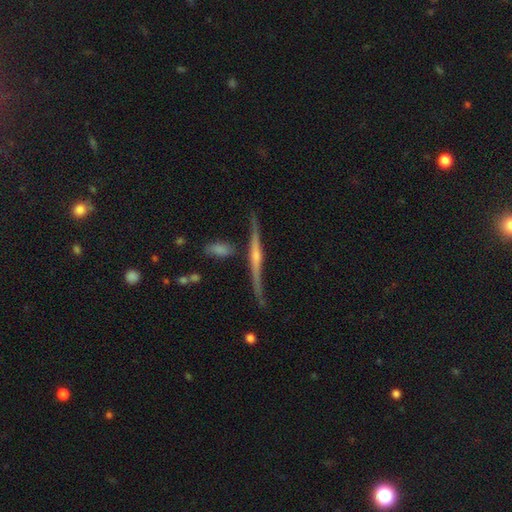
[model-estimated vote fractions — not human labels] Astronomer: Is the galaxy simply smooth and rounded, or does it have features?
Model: featured or disk — 84%.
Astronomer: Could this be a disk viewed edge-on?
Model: yes — 96%.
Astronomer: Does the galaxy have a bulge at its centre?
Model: rounded — 78%.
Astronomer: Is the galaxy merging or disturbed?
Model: none — 80%.